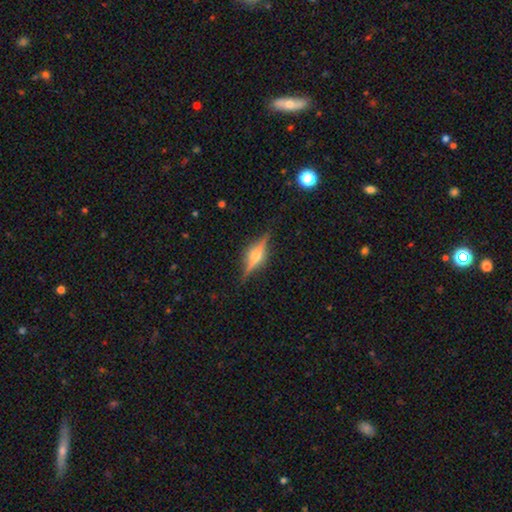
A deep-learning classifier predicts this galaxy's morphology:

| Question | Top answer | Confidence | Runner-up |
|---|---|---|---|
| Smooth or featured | featured or disk | 78% | smooth (14%) |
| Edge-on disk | yes | 97% | no (3%) |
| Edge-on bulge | rounded | 89% | boxy (8%) |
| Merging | none | 87% | minor disturbance (9%) |